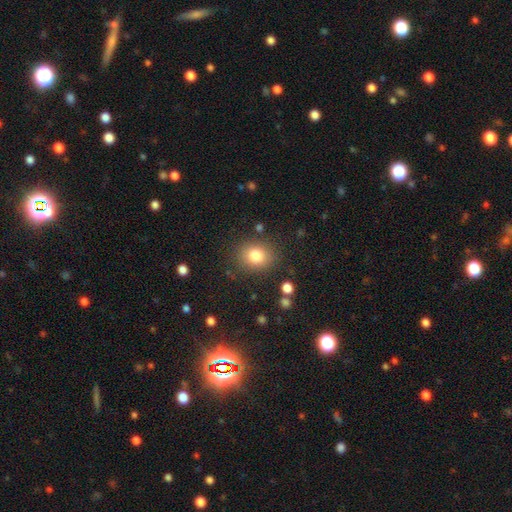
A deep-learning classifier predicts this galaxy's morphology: Q: Smooth or featured?
A: smooth (81%); runner-up: star or artifact (11%)
Q: How rounded?
A: round (69%); runner-up: in between (30%)
Q: Merging?
A: none (84%); runner-up: minor disturbance (10%)